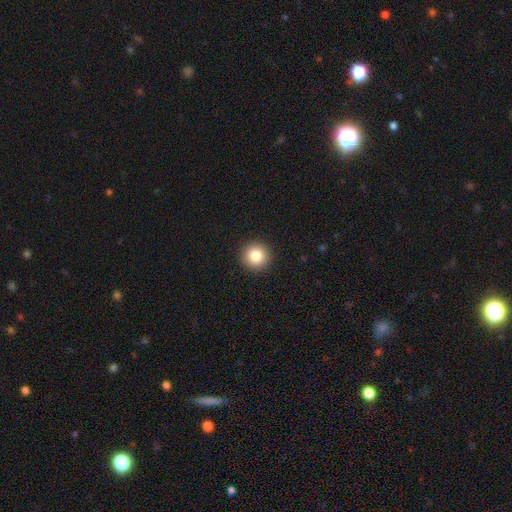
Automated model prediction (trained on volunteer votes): A smooth galaxy with no disk features (85%) that is round (95%).

Vote fractions:
- Smooth or featured? smooth: 85% / star or artifact: 9% / featured or disk: 6%
- How rounded? round: 95% / in between: 4% / cigar-shaped: 1%
- Merging? none: 93% / minor disturbance: 4% / major disturbance: 2% / merger: 1%